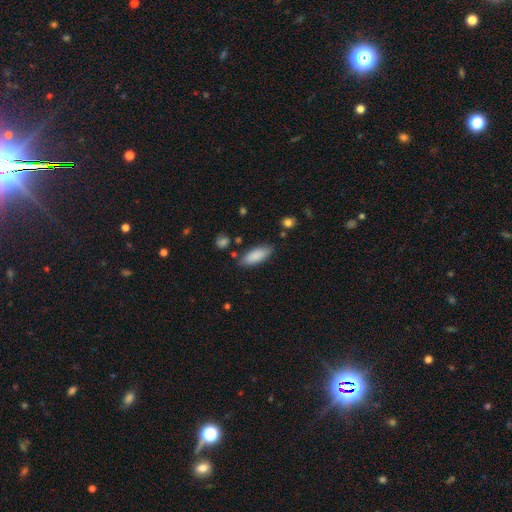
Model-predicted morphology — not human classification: A smooth galaxy with no disk features (87%) that is in between round and cigar-shaped (71%).

Vote fractions:
- Smooth or featured? smooth: 87% / featured or disk: 7% / star or artifact: 6%
- How rounded? in between: 71% / cigar-shaped: 28% / round: 2%
- Merging? none: 82% / minor disturbance: 12% / major disturbance: 3% / merger: 3%